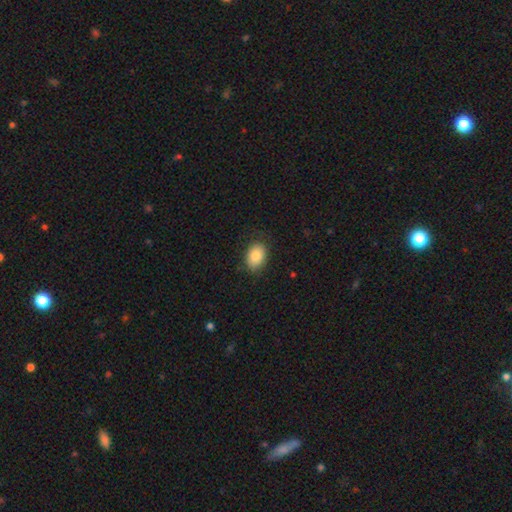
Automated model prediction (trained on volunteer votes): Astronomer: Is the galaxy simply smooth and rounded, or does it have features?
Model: smooth — 84%.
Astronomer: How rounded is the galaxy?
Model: in between — 76%.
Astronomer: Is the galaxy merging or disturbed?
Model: none — 80%.